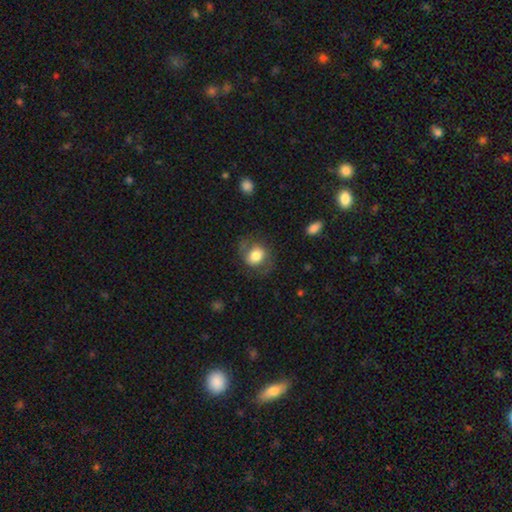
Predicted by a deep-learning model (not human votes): Overall: smooth (61%; featured or disk 31%). How rounded: round (56%; in between 43%). Merging: none (67%).